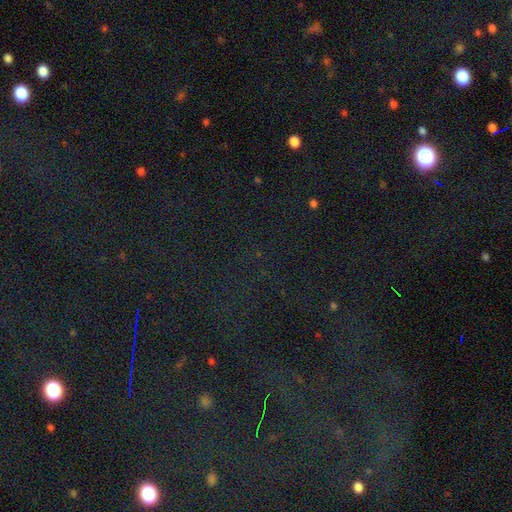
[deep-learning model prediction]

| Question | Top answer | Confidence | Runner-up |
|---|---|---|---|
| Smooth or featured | star or artifact | 83% | smooth (10%) |